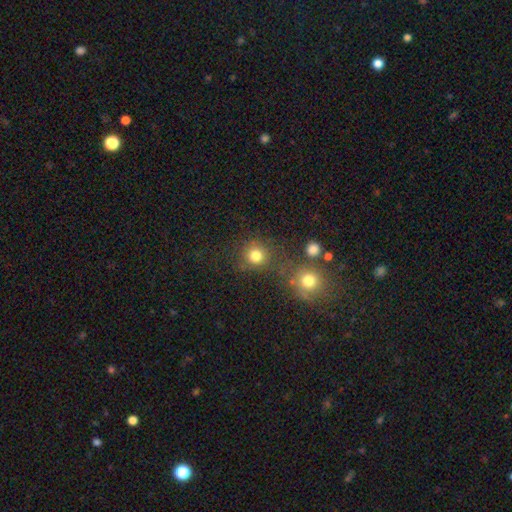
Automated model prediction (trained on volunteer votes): This appears to be a smooth galaxy with no disk features (79%) that is round (89%). Merging: none (65%).